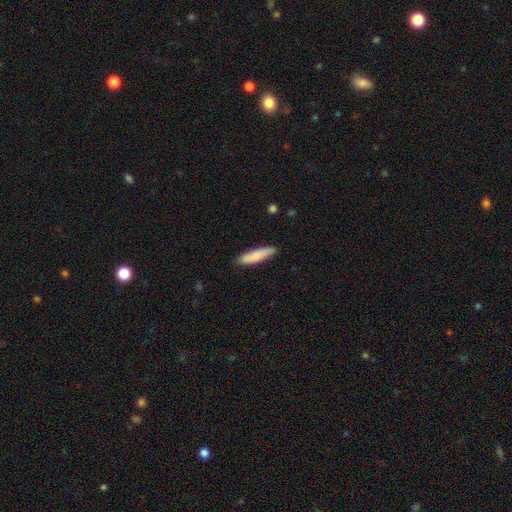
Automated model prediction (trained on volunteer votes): A smooth galaxy with no disk features (83%) that is cigar-shaped (77%).

Vote fractions:
- Smooth or featured? smooth: 83% / featured or disk: 12% / star or artifact: 5%
- How rounded? cigar-shaped: 77% / in between: 22% / round: 1%
- Merging? none: 87% / minor disturbance: 10% / major disturbance: 2% / merger: 1%